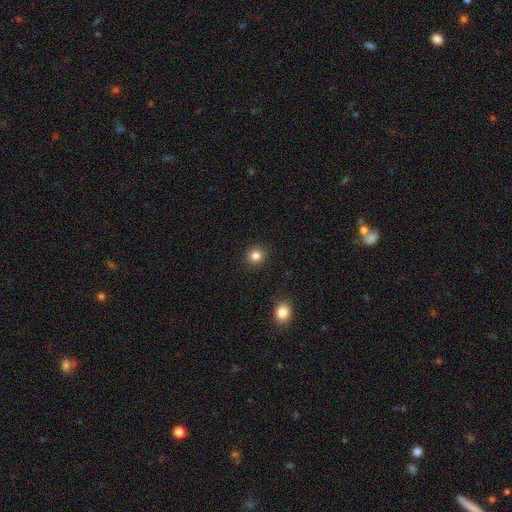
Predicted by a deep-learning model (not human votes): A smooth galaxy with no disk features (83%) that is round (89%). Merging: none (91%).